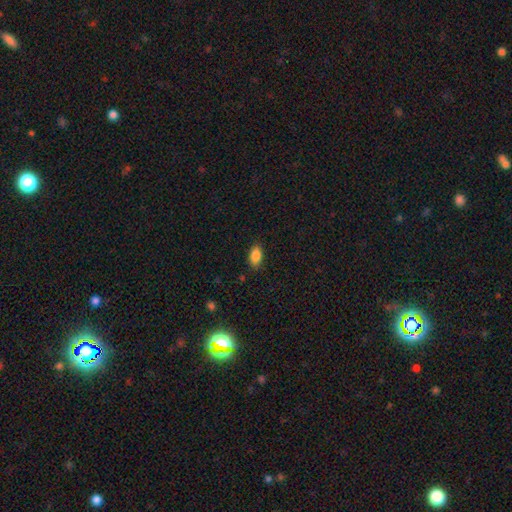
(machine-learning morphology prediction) Smooth or featured?
  - smooth: 86% *
  - star or artifact: 9%
  - featured or disk: 5%
How rounded?
  - in between: 90% *
  - round: 7%
  - cigar-shaped: 3%
Merging?
  - none: 84% *
  - minor disturbance: 12%
  - major disturbance: 3%
  - merger: 1%